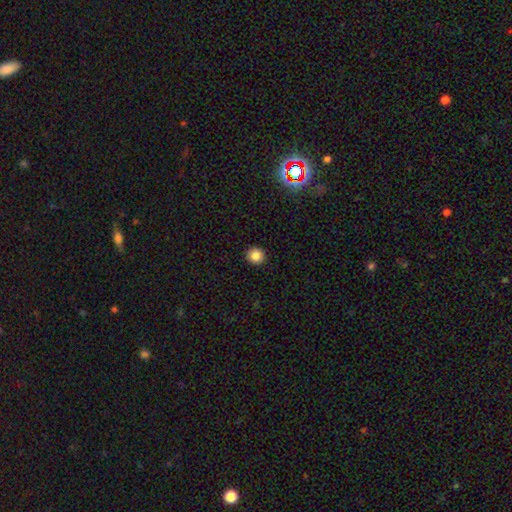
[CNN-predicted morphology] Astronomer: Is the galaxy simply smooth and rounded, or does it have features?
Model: smooth — 84%.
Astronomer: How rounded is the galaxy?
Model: round — 92%.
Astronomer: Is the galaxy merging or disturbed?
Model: none — 93%.